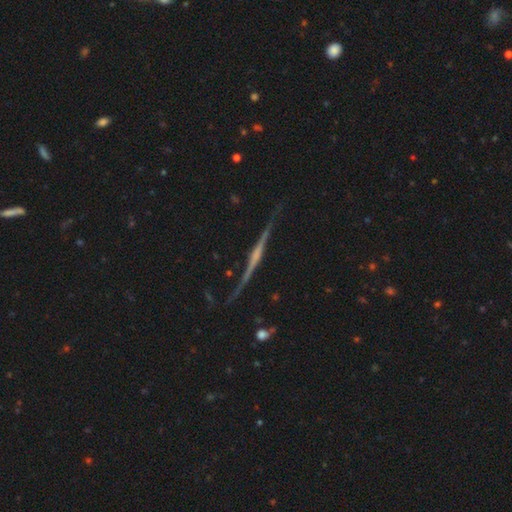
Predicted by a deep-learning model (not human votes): Morphology: type=featured or disk (83%); edge-on=yes (97%); edge-on bulge=rounded (48%); merging=none (82%).